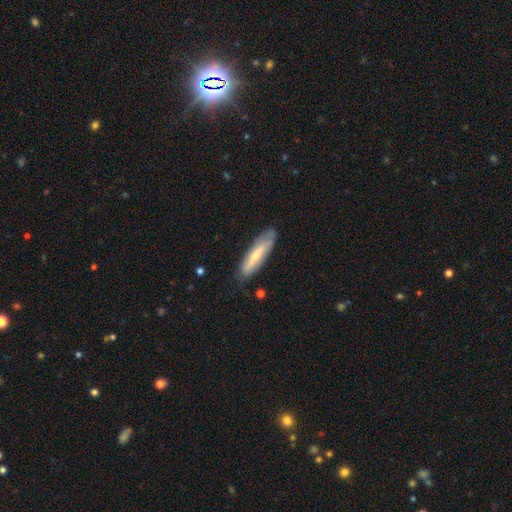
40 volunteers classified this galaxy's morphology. Smooth or featured? 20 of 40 (50%) said smooth. How rounded? 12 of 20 (60%) said cigar-shaped. Merging? 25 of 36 (69%) said none.